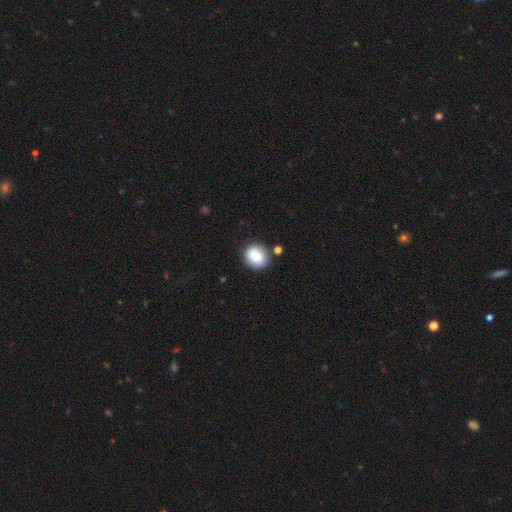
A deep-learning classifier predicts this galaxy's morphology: Overall: smooth (82%). How rounded: round (77%). Merging: none (82%).